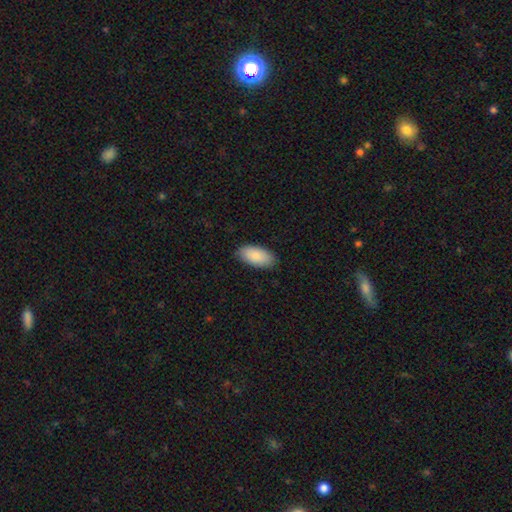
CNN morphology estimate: A smooth galaxy with no disk features (89%) that is in between round and cigar-shaped (94%). Merging: none (86%).